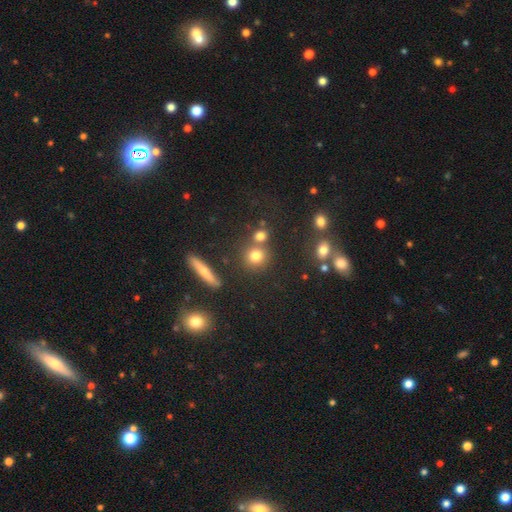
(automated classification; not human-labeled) The model was most divided on "merging": none: 68%, merger: 19%, minor disturbance: 9%, major disturbance: 3%. More confident: how rounded — round (84%); smooth or featured — smooth (74%).